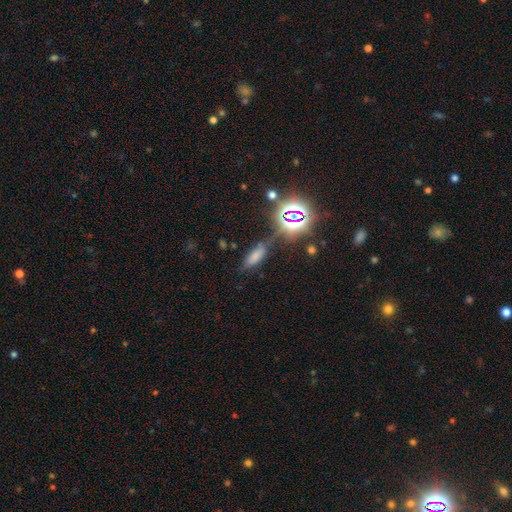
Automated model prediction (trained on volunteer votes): Smooth or featured? smooth (62%)
How rounded? in between (66%)
Merging? none (65%)